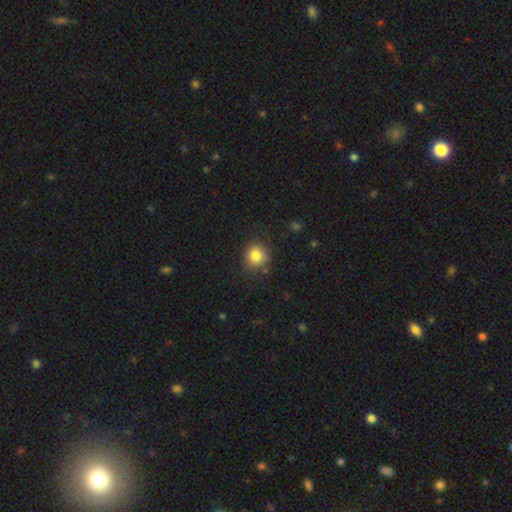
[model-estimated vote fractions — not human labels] Q: Smooth or featured?
A: smooth (84%); runner-up: star or artifact (11%)
Q: How rounded?
A: round (89%); runner-up: in between (11%)
Q: Merging?
A: none (84%); runner-up: minor disturbance (11%)